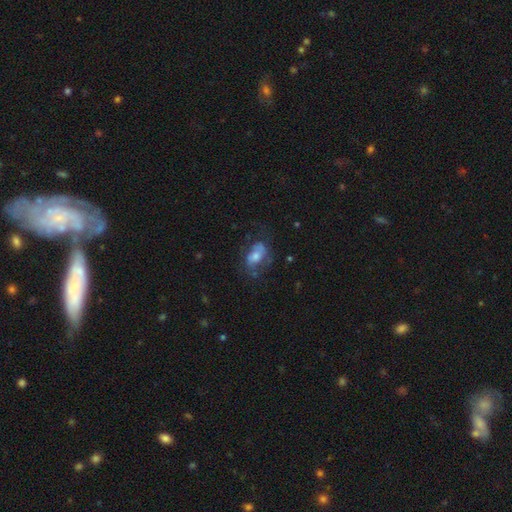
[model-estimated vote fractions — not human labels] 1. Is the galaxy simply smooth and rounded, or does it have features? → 45% smooth, 44% featured or disk, 11% star or artifact.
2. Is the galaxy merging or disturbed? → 54% none, 24% minor disturbance, 20% major disturbance, 3% merger.